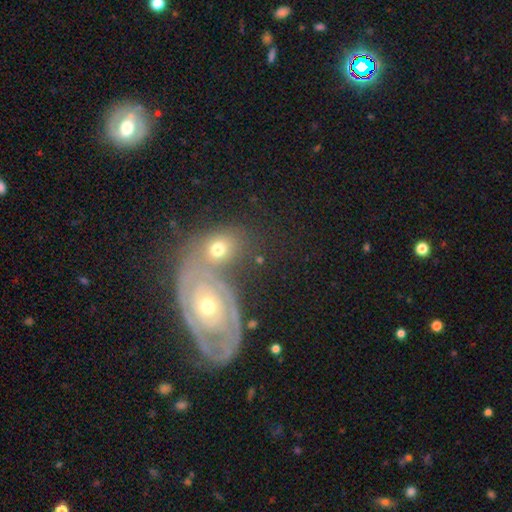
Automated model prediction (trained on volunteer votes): Smooth or featured: featured or disk — 69% (smooth — 20%)
Edge-on disk: no — 94% (yes — 6%)
Bar: no — 78% (weak — 16%)
Spiral arms: yes — 83% (no — 17%)
Spiral winding: tight — 73% (medium — 21%)
Spiral arm count: 2 — 48% (can't tell — 29%)
Bulge size: small — 50% (moderate — 43%)
Merging: none — 49% (merger — 31%)